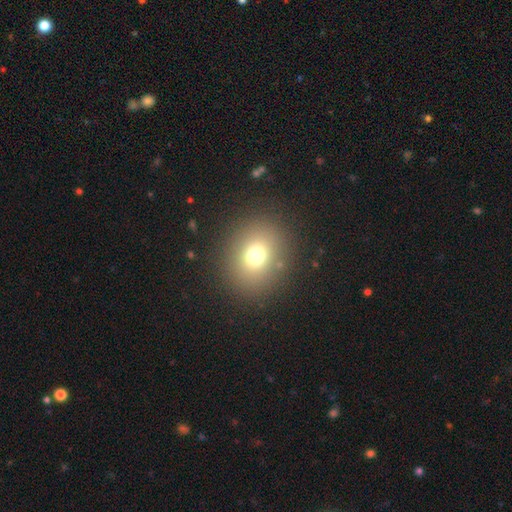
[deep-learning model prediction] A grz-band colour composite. It shows a smooth galaxy with no disk features (74%) that is round (69%). Merging: none (87%).